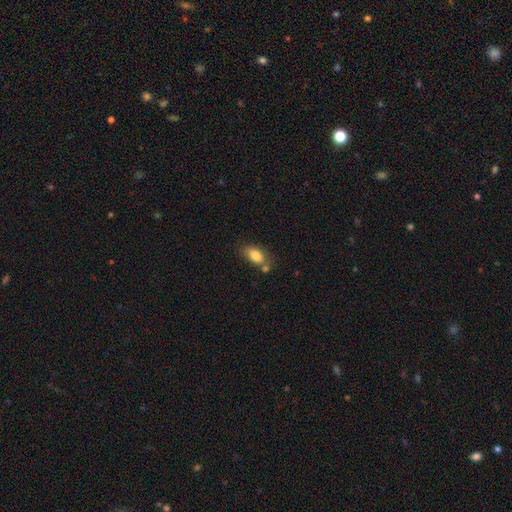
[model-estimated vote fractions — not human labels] A smooth galaxy with no disk features (81%) that is in between round and cigar-shaped (89%). Merging: none (59%).